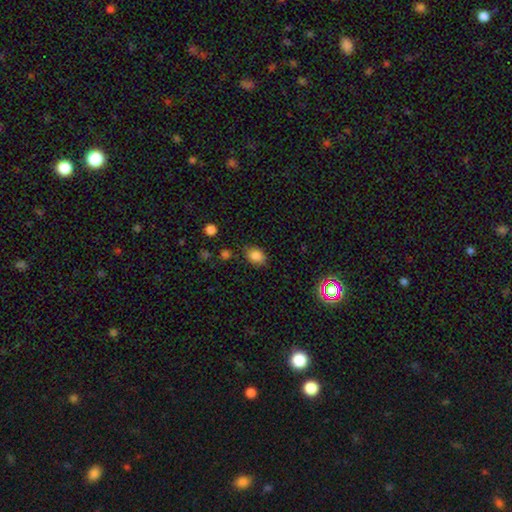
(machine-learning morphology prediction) Smooth or featured?
  - smooth: 84% *
  - star or artifact: 11%
  - featured or disk: 5%
How rounded?
  - in between: 73% *
  - round: 26%
  - cigar-shaped: 1%
Merging?
  - none: 77% *
  - minor disturbance: 17%
  - major disturbance: 4%
  - merger: 3%